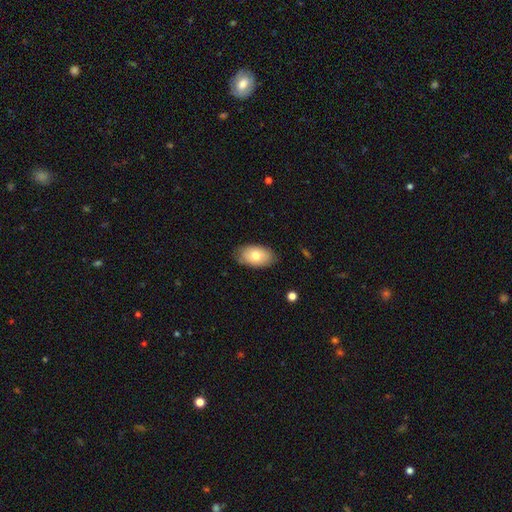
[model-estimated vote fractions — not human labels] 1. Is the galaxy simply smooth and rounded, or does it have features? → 75% smooth, 18% featured or disk, 7% star or artifact.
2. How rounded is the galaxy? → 92% in between, 7% round, 1% cigar-shaped.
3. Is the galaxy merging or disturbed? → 80% none, 16% minor disturbance, 3% major disturbance, 1% merger.